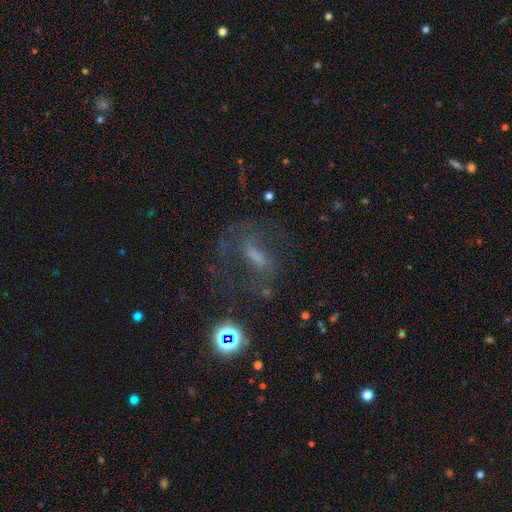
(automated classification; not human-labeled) A featured or disk galaxy (49%). Merging: none (55%).